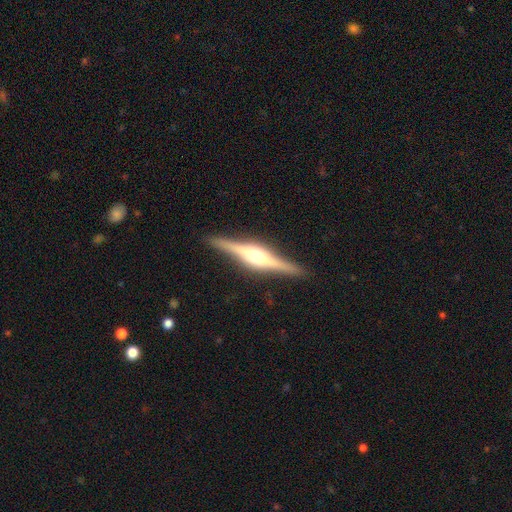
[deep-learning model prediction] This appears to be a featured or disk galaxy (85%) viewed edge-on (98%) with a rounded central bulge (84%). Merging: none (91%).